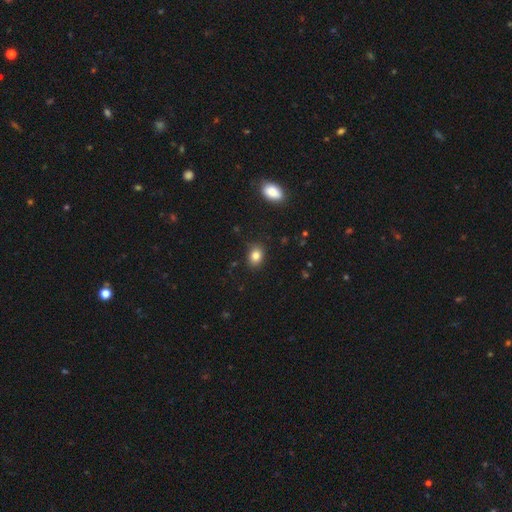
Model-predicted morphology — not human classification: This is clearly a smooth galaxy (84%). How rounded: likely in between (63%). Merging: clearly none (83%).